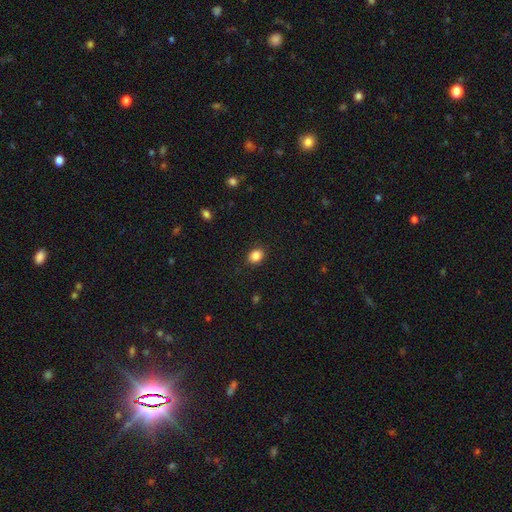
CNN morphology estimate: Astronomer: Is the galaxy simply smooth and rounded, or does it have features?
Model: smooth — 86%.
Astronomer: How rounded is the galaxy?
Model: in between — 59% (runner-up: round, 40%).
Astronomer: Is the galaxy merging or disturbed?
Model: none — 88%.